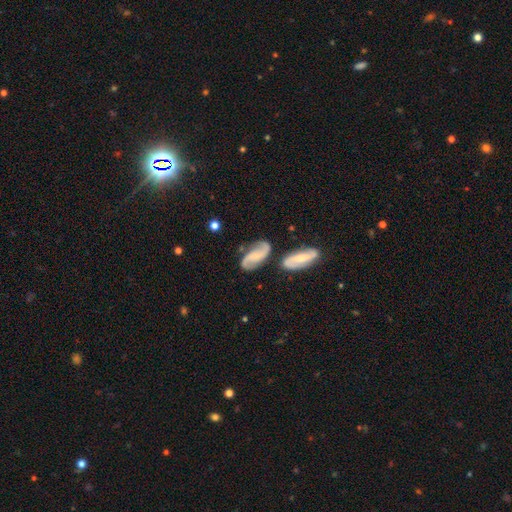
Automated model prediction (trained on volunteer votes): Smooth or featured?
  - featured or disk: 76% *
  - smooth: 17%
  - star or artifact: 7%
Edge-on disk?
  - no: 95% *
  - yes: 5%
Bar?
  - no: 51% *
  - weak: 36%
  - strong: 13%
Spiral arms?
  - yes: 95% *
  - no: 5%
Spiral winding?
  - loose: 51% *
  - medium: 37%
  - tight: 12%
Spiral arm count?
  - 2: 91% *
  - can't tell: 3%
  - 1: 2%
  - 3: 1%
  - 4: 1%
  - more than 4: 1%
Bulge size?
  - none: 54% *
  - small: 27%
  - moderate: 13%
  - large: 4%
  - dominant: 2%
Merging?
  - none: 65% *
  - minor disturbance: 17%
  - merger: 11%
  - major disturbance: 6%